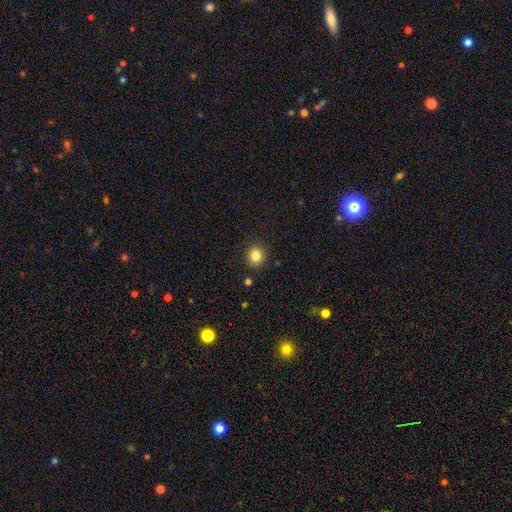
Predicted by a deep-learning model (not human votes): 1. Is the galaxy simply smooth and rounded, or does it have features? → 83% smooth, 11% star or artifact, 5% featured or disk.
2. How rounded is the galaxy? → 82% round, 17% in between, 1% cigar-shaped.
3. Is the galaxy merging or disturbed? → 88% none, 8% minor disturbance, 2% major disturbance, 2% merger.